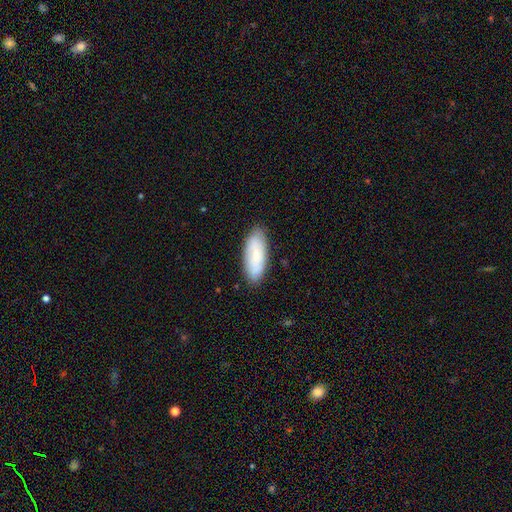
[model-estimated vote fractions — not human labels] smooth_or_featured: smooth (p=0.62) [alt: featured or disk p=0.32]
how_rounded: in between (p=0.73) [alt: cigar-shaped p=0.25]
merging: none (p=0.85) [alt: minor disturbance p=0.12]